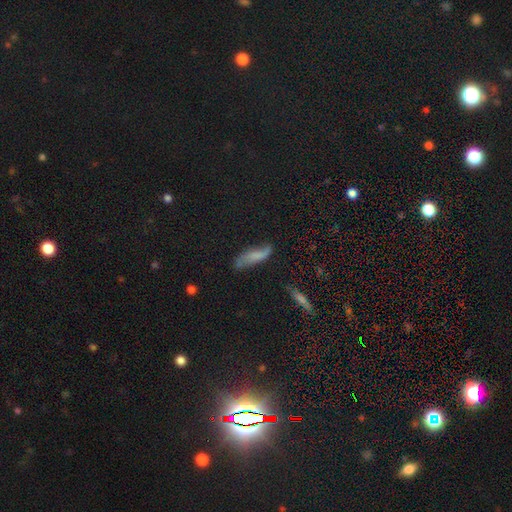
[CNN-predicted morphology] Smooth or featured? Predicted: smooth (p=0.51). How rounded? Predicted: cigar-shaped (p=0.49). Merging? Predicted: none (p=0.54).